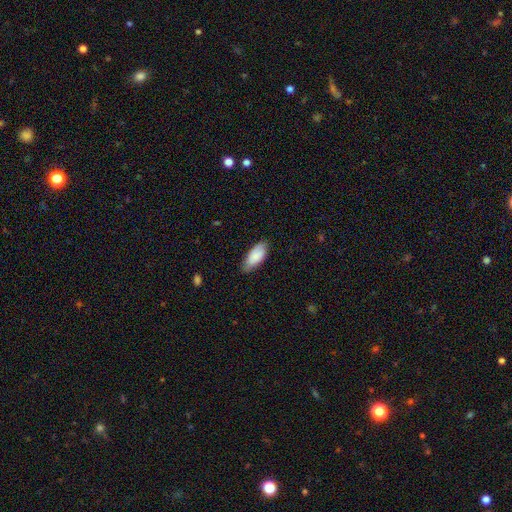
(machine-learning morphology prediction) A smooth galaxy with no disk features (84%) that is in between round and cigar-shaped (88%). Merging: none (75%).